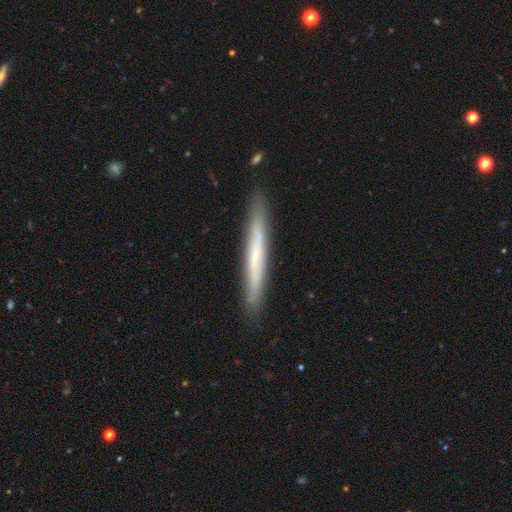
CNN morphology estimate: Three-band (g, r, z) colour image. It shows a smooth galaxy with no disk features (47%). Merging: none (89%).